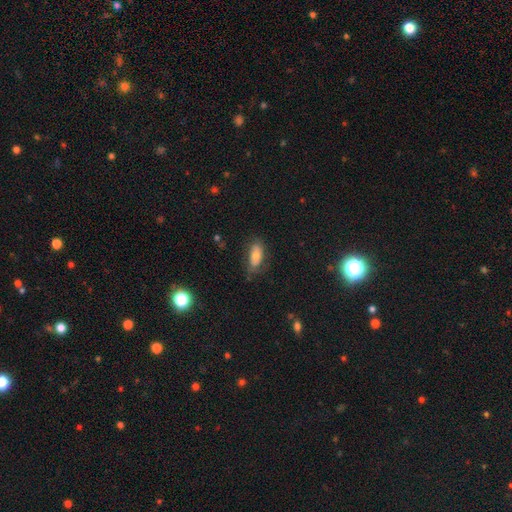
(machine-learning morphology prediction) A smooth galaxy with no disk features (64%) that is in between round and cigar-shaped (82%). Merging: none (67%).